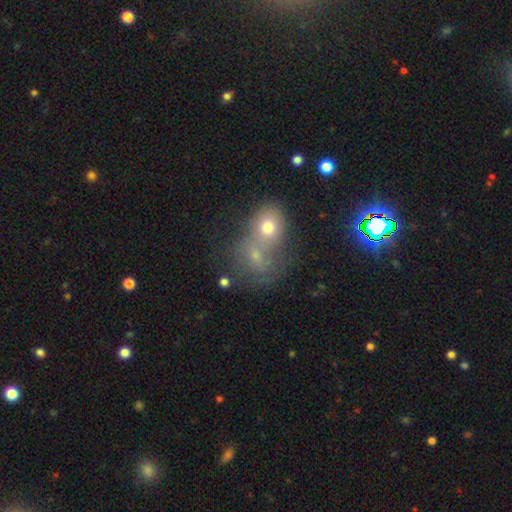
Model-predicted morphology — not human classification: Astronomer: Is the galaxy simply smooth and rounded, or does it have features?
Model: smooth — 52%.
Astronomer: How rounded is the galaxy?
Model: round — 54% (runner-up: in between, 44%).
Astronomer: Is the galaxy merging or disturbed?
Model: merger — 64%.